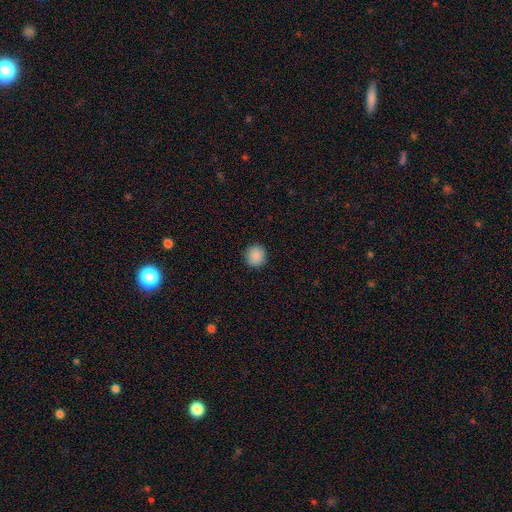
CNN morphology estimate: This appears to be a smooth galaxy with no disk features (89%) that is round (94%). Merging: none (92%).